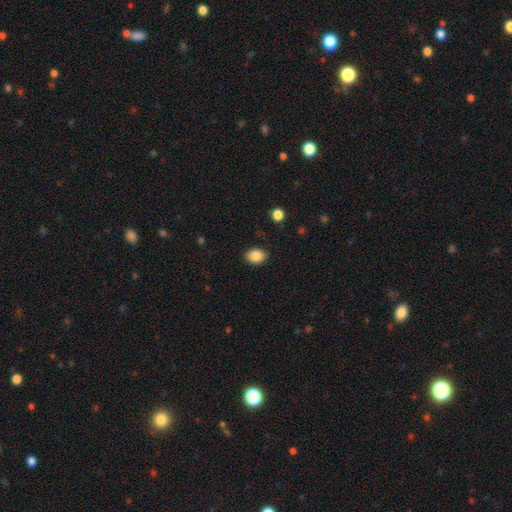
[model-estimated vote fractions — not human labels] A smooth galaxy with no disk features (87%) that is in between round and cigar-shaped (73%). Merging: none (85%).